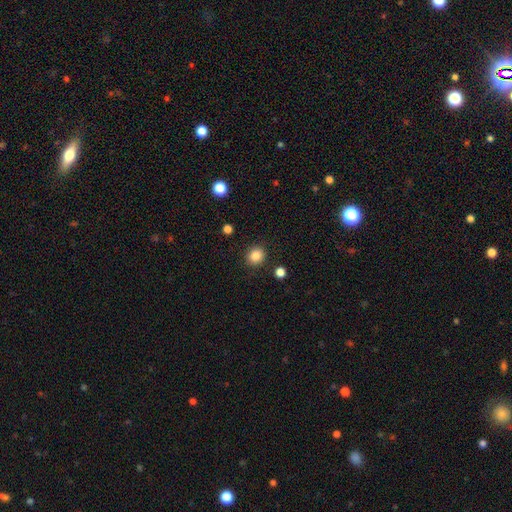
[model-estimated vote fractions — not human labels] Overall: smooth (85%). How rounded: round (80%). Merging: none (88%).